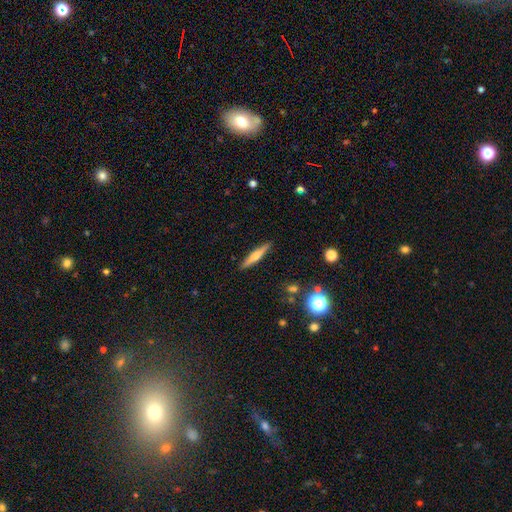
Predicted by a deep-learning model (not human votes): smooth_or_featured: smooth (p=0.51) [alt: featured or disk p=0.42]
how_rounded: cigar-shaped (p=0.91) [alt: in between p=0.08]
merging: none (p=0.90) [alt: minor disturbance p=0.07]